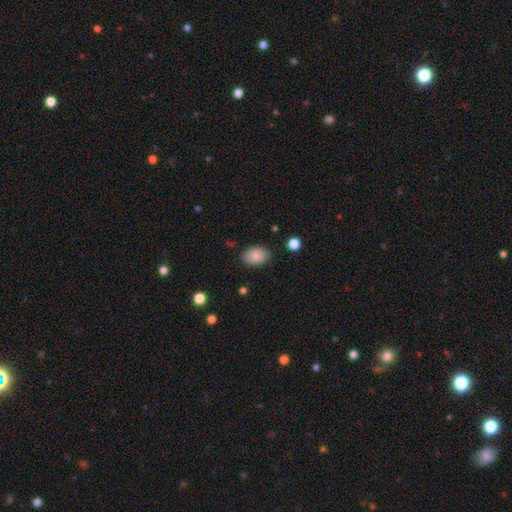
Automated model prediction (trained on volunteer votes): This appears to be a smooth galaxy with no disk features (84%) that is in between round and cigar-shaped (83%). Merging: none (83%).